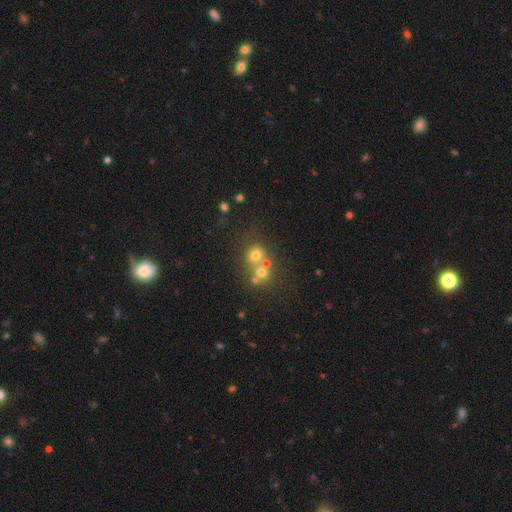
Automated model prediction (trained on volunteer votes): This is likely a smooth galaxy (62%). How rounded: clearly round (81%). Merging: marginally merger (45%).